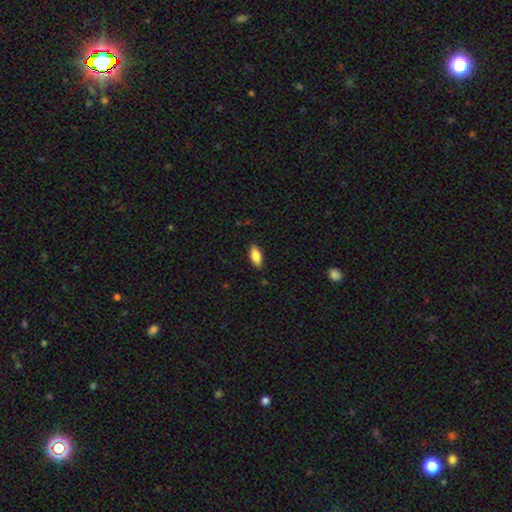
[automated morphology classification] Overall: smooth (87%). How rounded: in between (88%). Merging: none (86%).